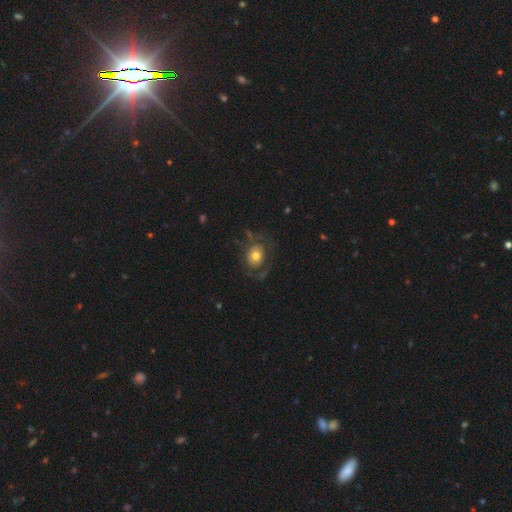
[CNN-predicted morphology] smooth-or-featured: smooth: 51% | featured or disk: 41% | star or artifact: 8%
  how-rounded: round: 60% | in between: 39% | cigar-shaped: 1%
  merging: none: 54% | major disturbance: 25% | minor disturbance: 18% | merger: 3%